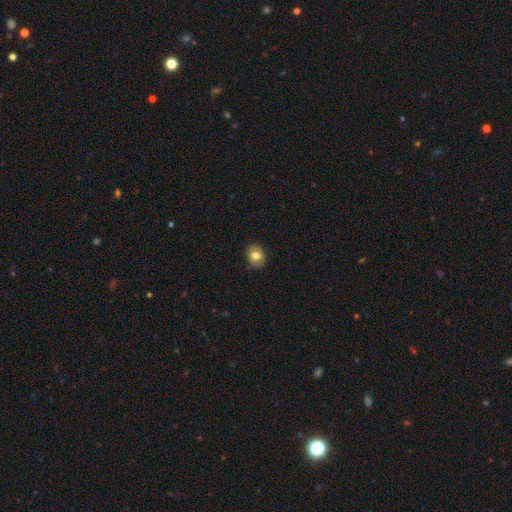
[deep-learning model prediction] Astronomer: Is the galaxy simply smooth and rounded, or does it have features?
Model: smooth — 79%.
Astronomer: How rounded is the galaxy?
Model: round — 63%.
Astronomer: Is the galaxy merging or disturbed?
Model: none — 86%.